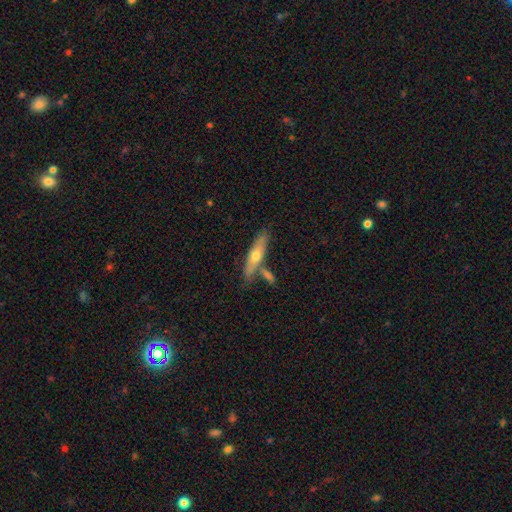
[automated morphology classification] This appears to be a smooth galaxy with no disk features (48%). Merging: none (66%).